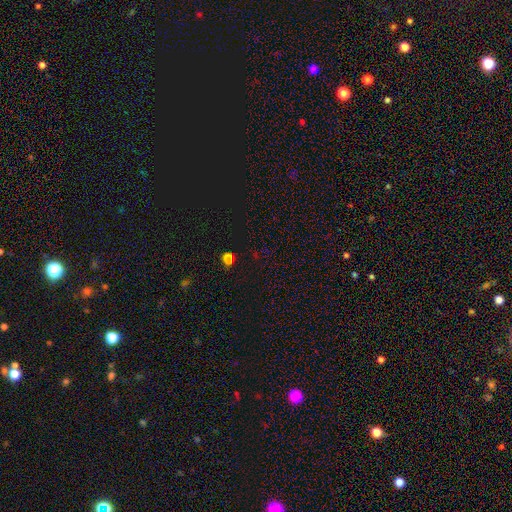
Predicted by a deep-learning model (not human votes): Smooth or featured? star or artifact (51%)